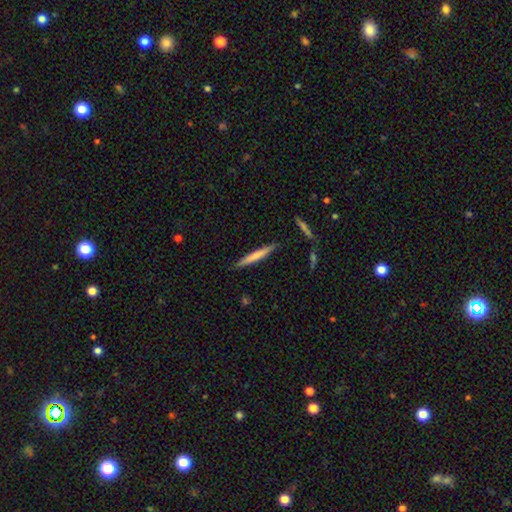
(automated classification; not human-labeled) The model was most divided on "smooth or featured": smooth: 65%, featured or disk: 29%, star or artifact: 6%. More confident: how rounded — cigar-shaped (95%); merging — none (88%).